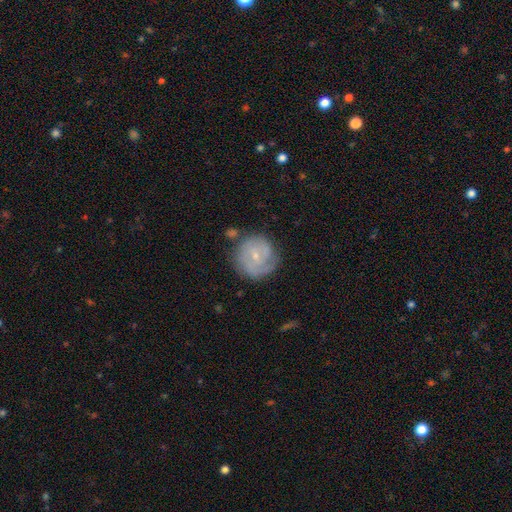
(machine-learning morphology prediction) A featured or disk galaxy (72%) with no bar (55%), 2 (39%) tight (64%) spiral arms (90%) and a small central bulge (74%). Merging: none (71%).